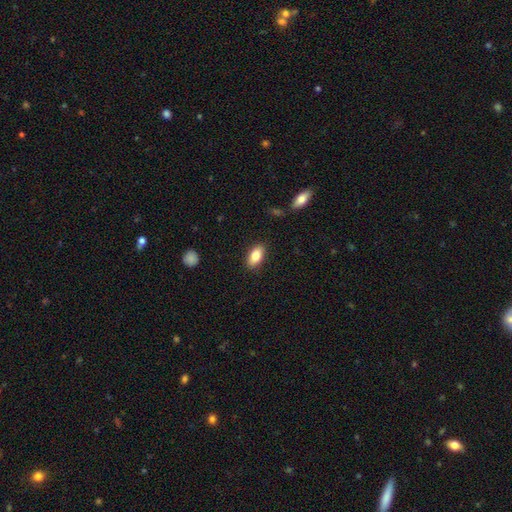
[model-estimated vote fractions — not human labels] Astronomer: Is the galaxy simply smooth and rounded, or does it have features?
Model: smooth — 83%.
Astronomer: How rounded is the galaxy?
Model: in between — 89%.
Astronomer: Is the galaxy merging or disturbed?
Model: none — 87%.